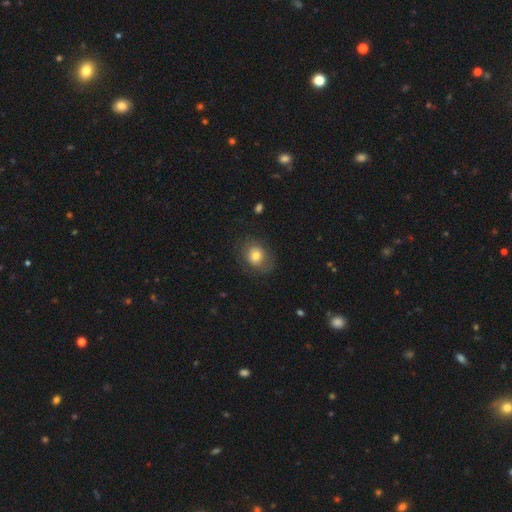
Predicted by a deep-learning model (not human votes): Overall: smooth (74%). How rounded: round (57%; in between 42%). Merging: none (72%).